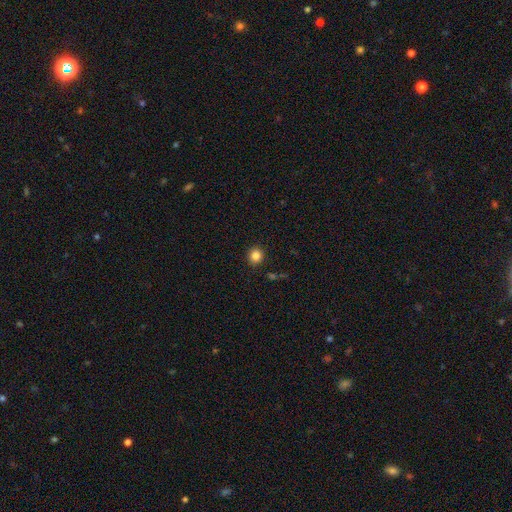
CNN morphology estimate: Overall: smooth (84%). How rounded: round (87%). Merging: none (90%).